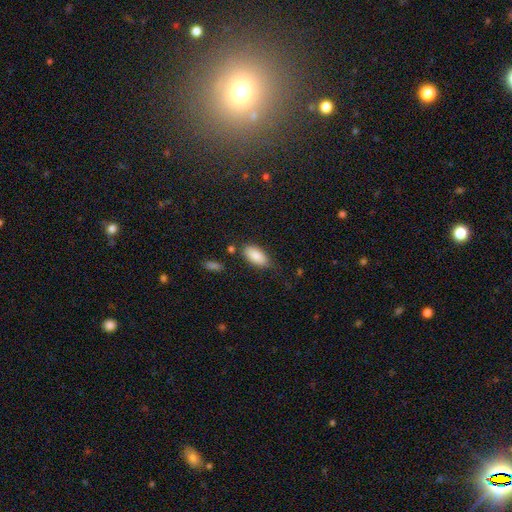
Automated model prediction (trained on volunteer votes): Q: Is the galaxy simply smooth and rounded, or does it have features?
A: smooth — 87%.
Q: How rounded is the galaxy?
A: in between — 92%.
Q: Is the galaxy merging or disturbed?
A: none — 74%.